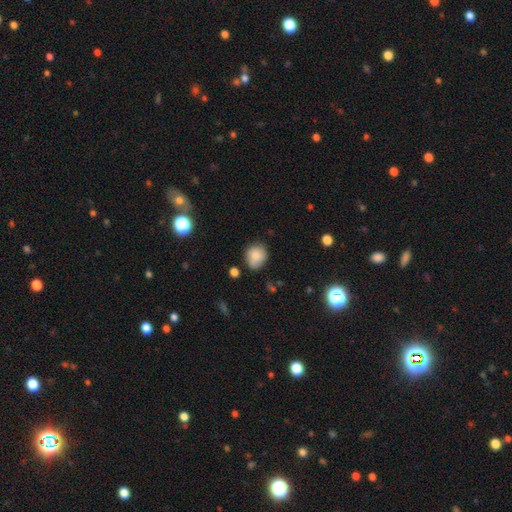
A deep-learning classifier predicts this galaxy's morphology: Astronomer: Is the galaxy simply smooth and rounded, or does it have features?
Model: smooth — 80%.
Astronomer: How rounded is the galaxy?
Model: round — 69%.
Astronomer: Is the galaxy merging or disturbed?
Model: none — 69%.